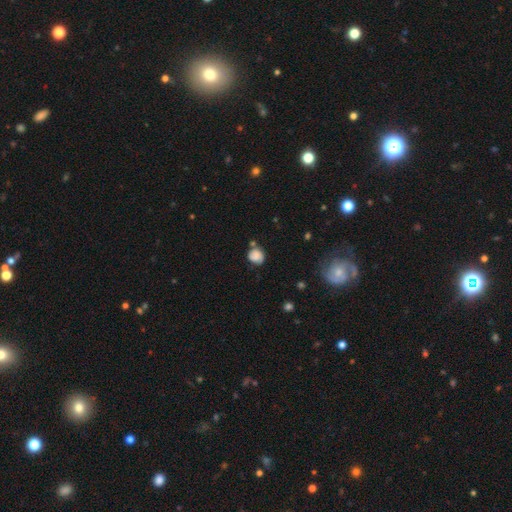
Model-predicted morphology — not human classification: smooth-or-featured: smooth: 75% | featured or disk: 14% | star or artifact: 11%
  how-rounded: round: 77% | in between: 22% | cigar-shaped: 1%
  merging: none: 59% | minor disturbance: 23% | merger: 10% | major disturbance: 7%